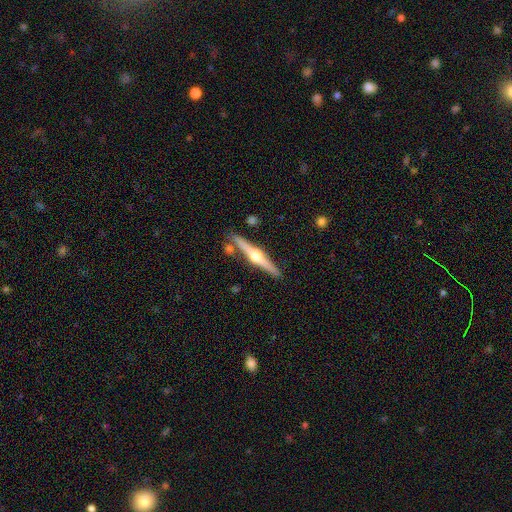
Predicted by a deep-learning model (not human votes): The model was most divided on "smooth or featured": featured or disk: 79%, smooth: 16%, star or artifact: 5%. More confident: edge-on disk — yes (98%); edge-on bulge — rounded (96%); merging — none (85%).